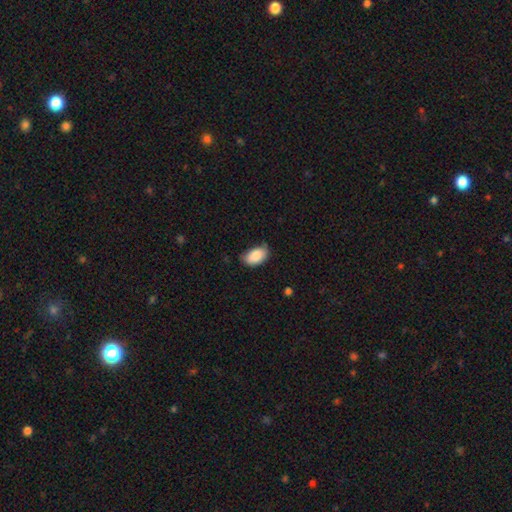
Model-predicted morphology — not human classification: type=smooth (87%); roundness=in between (93%); merging=none (67%).